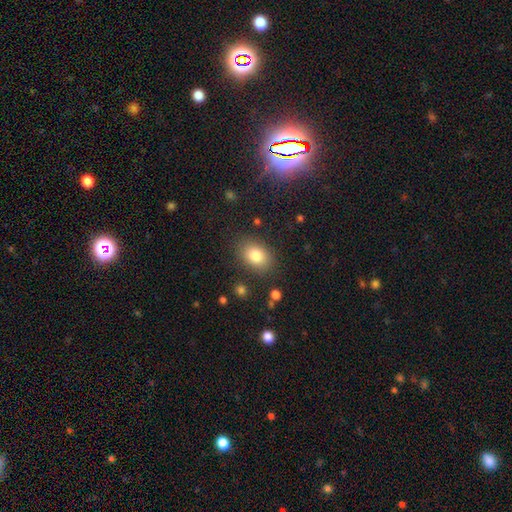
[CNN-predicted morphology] smooth-or-featured: smooth: 82% | star or artifact: 10% | featured or disk: 9%
  how-rounded: in between: 74% | round: 25% | cigar-shaped: 1%
  merging: none: 83% | minor disturbance: 11% | major disturbance: 4% | merger: 2%